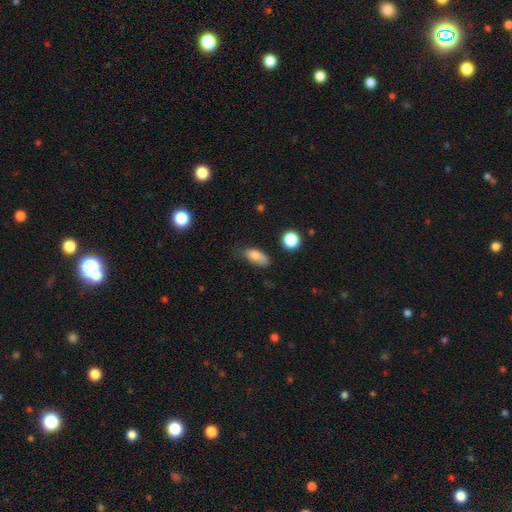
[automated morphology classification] Overall: smooth (80%). How rounded: in between (87%). Merging: none (52%; minor disturbance 35%).